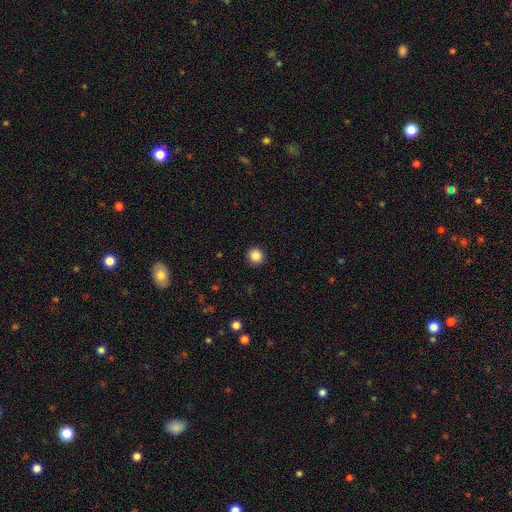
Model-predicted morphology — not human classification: This is clearly a smooth galaxy (87%). How rounded: clearly round (94%). Merging: clearly none (93%).